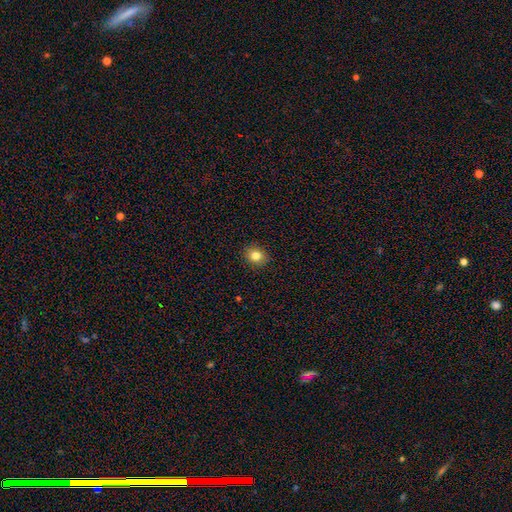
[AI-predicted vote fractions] A smooth galaxy with no disk features (82%) that is round (68%). Merging: none (91%).